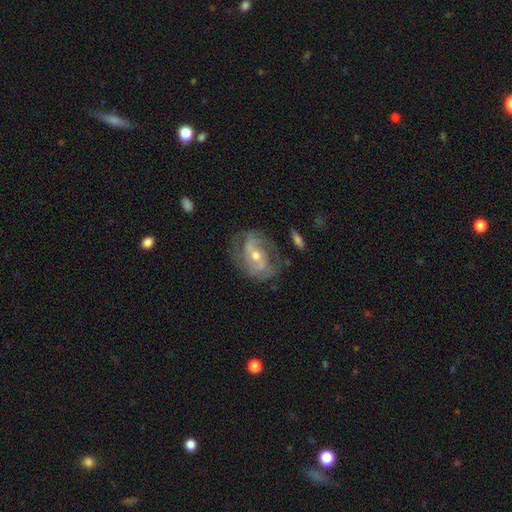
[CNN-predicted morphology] A featured or disk galaxy (82%) with no bar (41%), 2 (58%) medium (43%) spiral arms (87%) and a moderate central bulge (59%). Merging: none (62%).